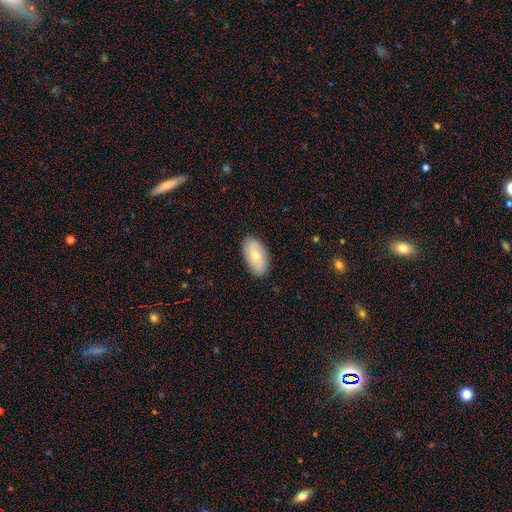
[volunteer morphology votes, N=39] Smooth or featured?
  - smooth: 56% *
  - featured or disk: 36%
  - star or artifact: 8%
How rounded?
  - in between: 91% *
  - round: 5%
  - cigar-shaped: 5%
Merging?
  - none: 89% *
  - major disturbance: 6%
  - minor disturbance: 3%
  - merger: 3%